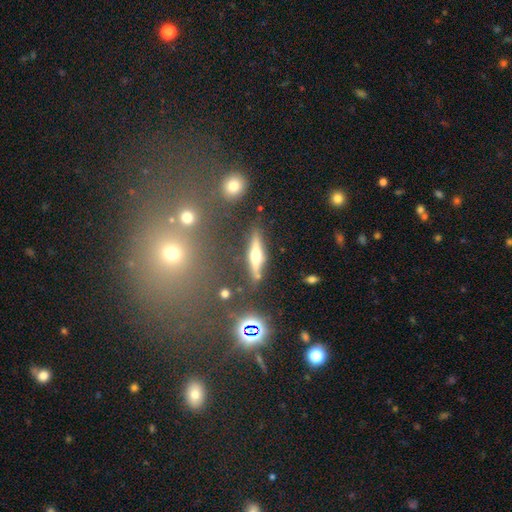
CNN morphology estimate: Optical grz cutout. It shows a featured or disk galaxy (62%) viewed edge-on (94%) with a rounded central bulge (90%). Merging: none (79%).